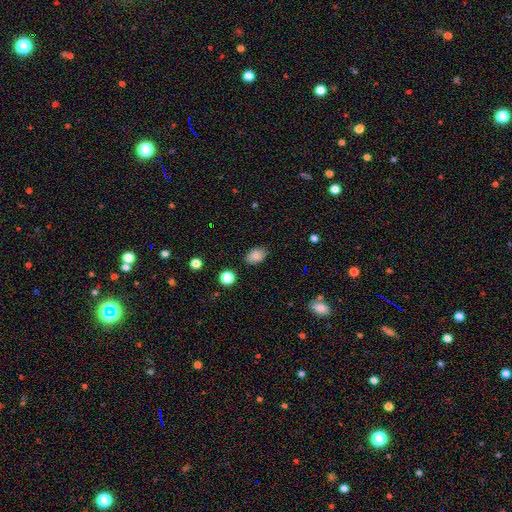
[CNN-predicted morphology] This appears to be a smooth galaxy with no disk features (83%) that is in between round and cigar-shaped (86%). Merging: none (85%).